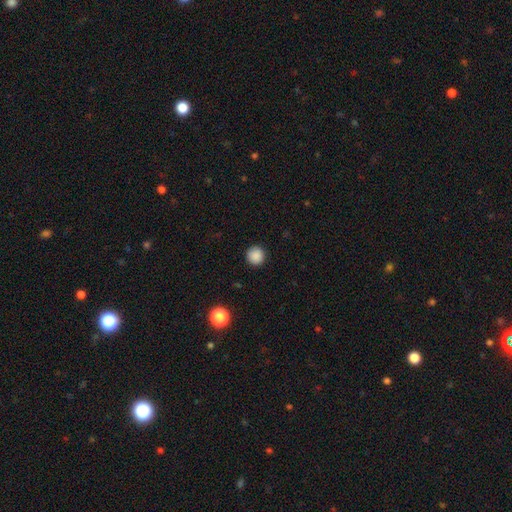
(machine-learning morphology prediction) smooth 88%, star or artifact 10%, featured or disk 3%. Down the decision tree: how rounded — round (94%); merging — none (91%).